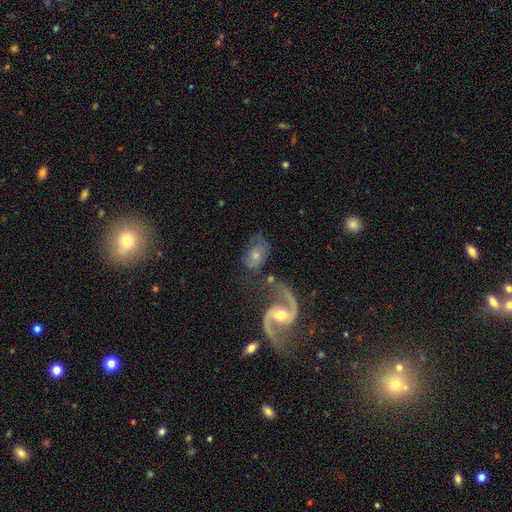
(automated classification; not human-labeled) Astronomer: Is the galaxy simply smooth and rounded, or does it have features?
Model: featured or disk — 60%.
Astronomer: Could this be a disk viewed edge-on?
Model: no — 95%.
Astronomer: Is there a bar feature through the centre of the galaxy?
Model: no — 58%.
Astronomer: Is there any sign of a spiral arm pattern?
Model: yes — 80%.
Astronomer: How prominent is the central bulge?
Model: moderate — 56% (runner-up: small, 36%).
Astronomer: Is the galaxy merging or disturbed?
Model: none — 37% (runner-up: merger, 26%).